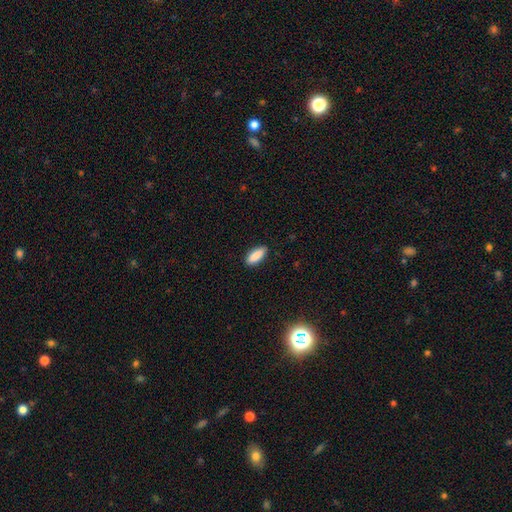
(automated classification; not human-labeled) Smooth or featured? Predicted: smooth (p=0.88). How rounded? Predicted: in between (p=0.75). Merging? Predicted: none (p=0.88).